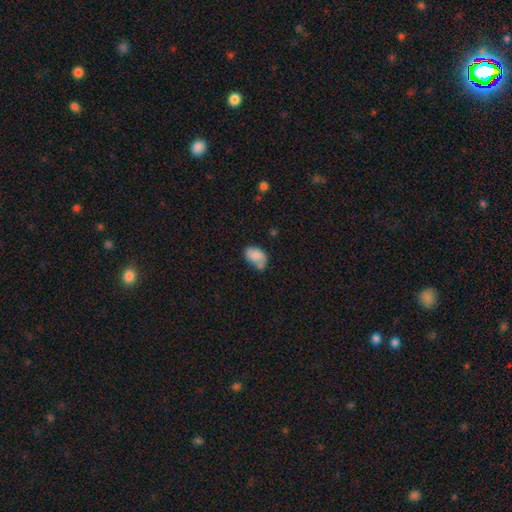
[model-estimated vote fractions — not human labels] The model was most divided on "merging": none: 42%, minor disturbance: 32%, major disturbance: 13%, merger: 12%. More confident: how rounded — in between (85%); smooth or featured — smooth (70%).